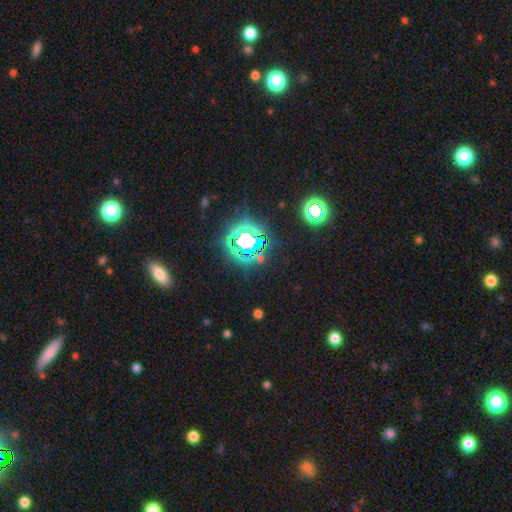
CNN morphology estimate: smooth-or-featured: star or artifact: 77% | smooth: 14% | featured or disk: 10%